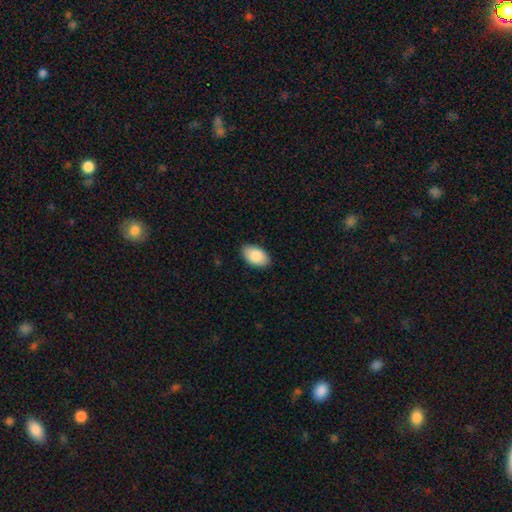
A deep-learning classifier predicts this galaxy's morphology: Smooth or featured: smooth — 88% (featured or disk — 6%)
How rounded: in between — 95% (round — 4%)
Merging: none — 88% (minor disturbance — 9%)